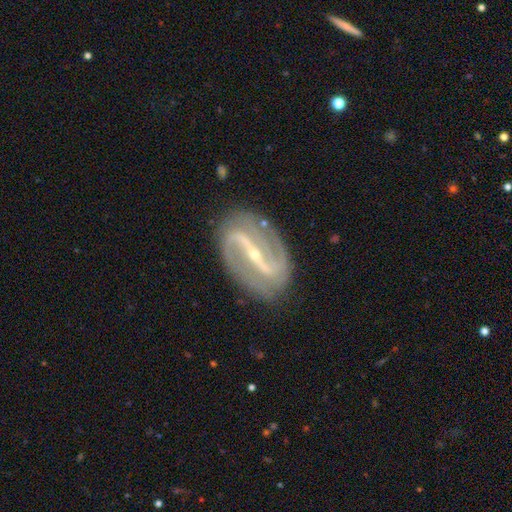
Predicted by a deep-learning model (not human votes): Smooth or featured: featured or disk — 91% (star or artifact — 5%)
Edge-on disk: no — 95% (yes — 5%)
Bar: strong — 73% (weak — 19%)
Spiral arms: yes — 96% (no — 4%)
Spiral winding: medium — 42% (loose — 34%)
Spiral arm count: 2 — 91% (can't tell — 3%)
Bulge size: small — 77% (moderate — 20%)
Merging: none — 85% (minor disturbance — 10%)